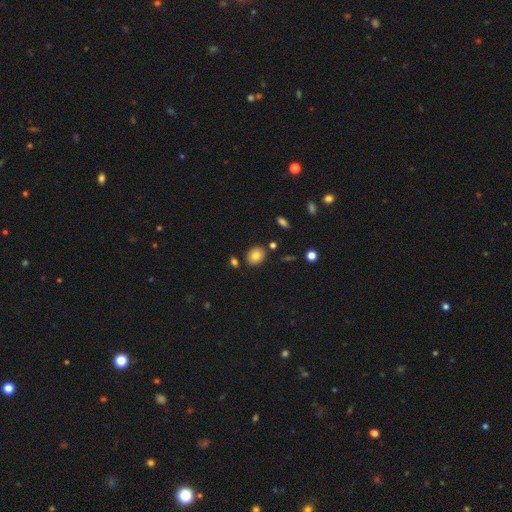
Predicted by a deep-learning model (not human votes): Overall: smooth (79%). How rounded: round (54%; in between 45%). Merging: none (84%).